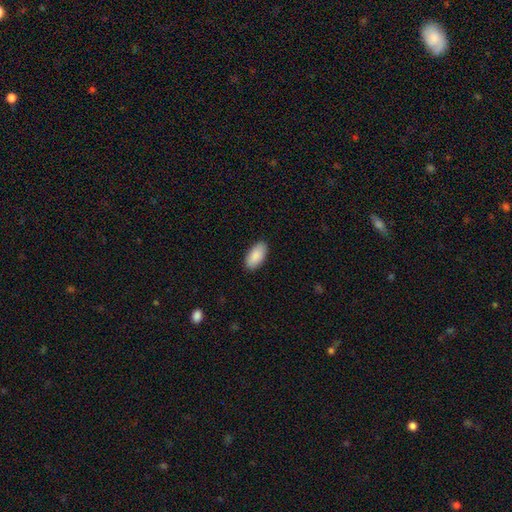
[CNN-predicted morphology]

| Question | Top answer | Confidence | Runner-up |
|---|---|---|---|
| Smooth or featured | smooth | 90% | star or artifact (6%) |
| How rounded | in between | 95% | cigar-shaped (3%) |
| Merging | none | 89% | minor disturbance (8%) |